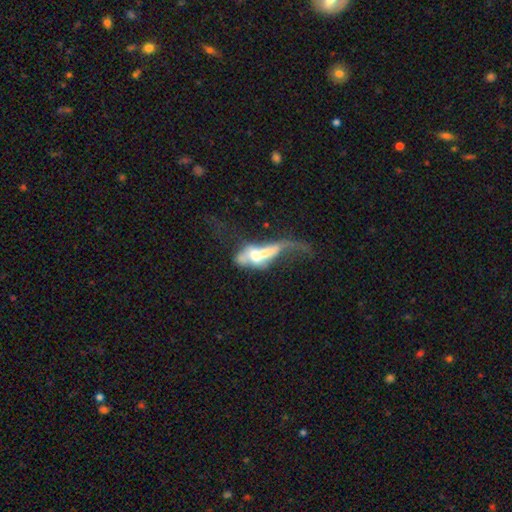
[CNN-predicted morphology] Q: Smooth or featured?
A: featured or disk (55%); runner-up: smooth (36%)
Q: Edge-on disk?
A: no (81%); runner-up: yes (19%)
Q: Merging?
A: merger (59%); runner-up: major disturbance (26%)